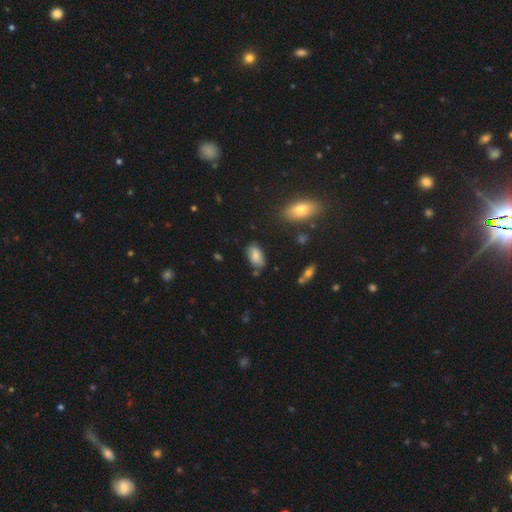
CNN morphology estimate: smooth-or-featured: smooth: 78% | featured or disk: 14% | star or artifact: 8%
  how-rounded: in between: 93% | round: 4% | cigar-shaped: 3%
  merging: none: 76% | minor disturbance: 17% | major disturbance: 3% | merger: 3%